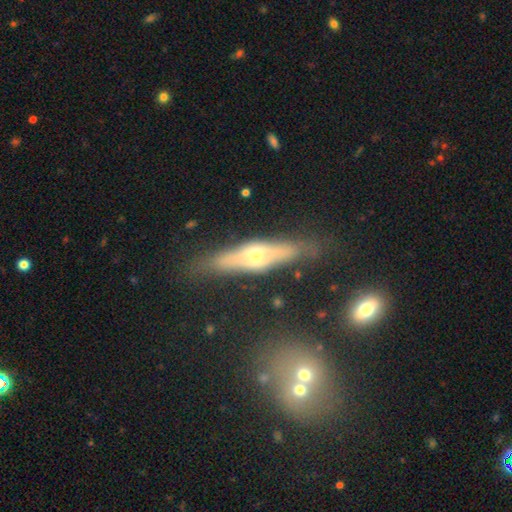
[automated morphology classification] A featured or disk galaxy (65%) viewed edge-on (83%) with a rounded central bulge (83%).

Vote fractions:
- Smooth or featured? featured or disk: 65% / smooth: 28% / star or artifact: 7%
- Edge-on disk? yes: 83% / no: 17%
- Edge-on bulge? rounded: 83% / none: 9% / boxy: 8%
- Merging? none: 78% / minor disturbance: 15% / major disturbance: 5% / merger: 2%